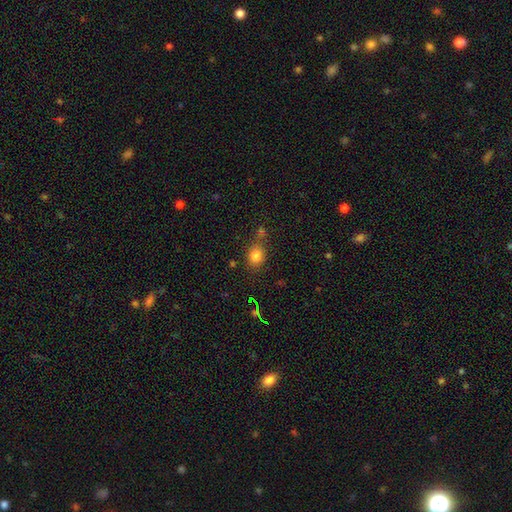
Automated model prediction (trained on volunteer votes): A smooth galaxy with no disk features (80%) that is round (61%). Merging: none (65%).